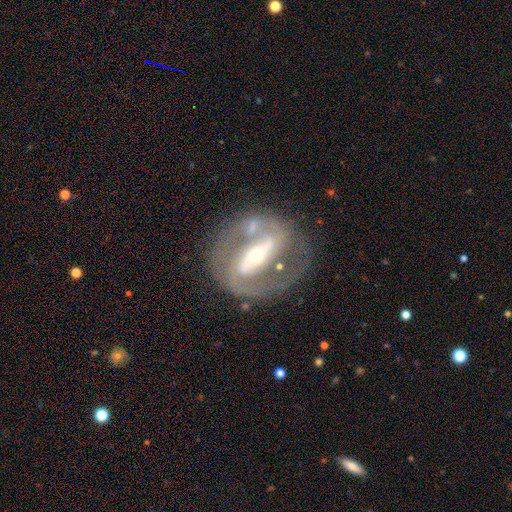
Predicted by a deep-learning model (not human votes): A featured or disk galaxy (83%) with a strong bar (67%), 2 (76%) tight (45%) spiral arms (74%) and a small central bulge (53%). Merging: none (70%).